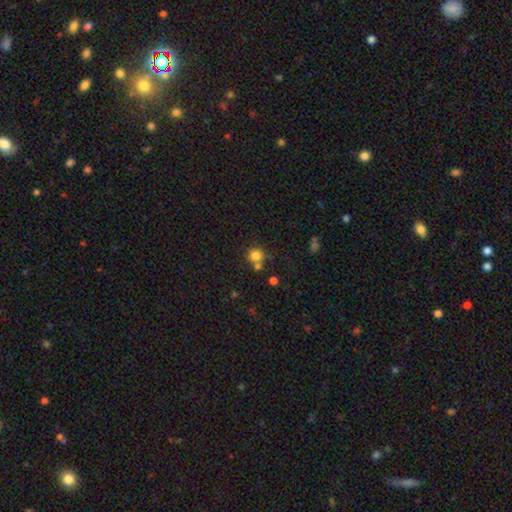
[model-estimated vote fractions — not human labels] Q: Smooth or featured?
A: smooth (79%); runner-up: star or artifact (13%)
Q: How rounded?
A: round (90%); runner-up: in between (9%)
Q: Merging?
A: none (61%); runner-up: merger (25%)